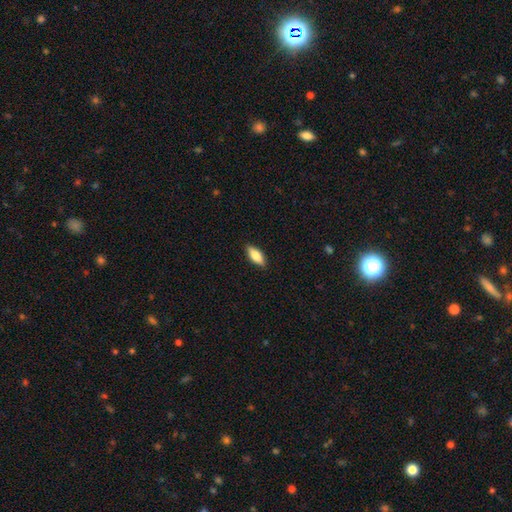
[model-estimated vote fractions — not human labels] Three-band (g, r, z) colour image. It shows a smooth galaxy with no disk features (77%) that is in between round and cigar-shaped (72%). Merging: none (88%).